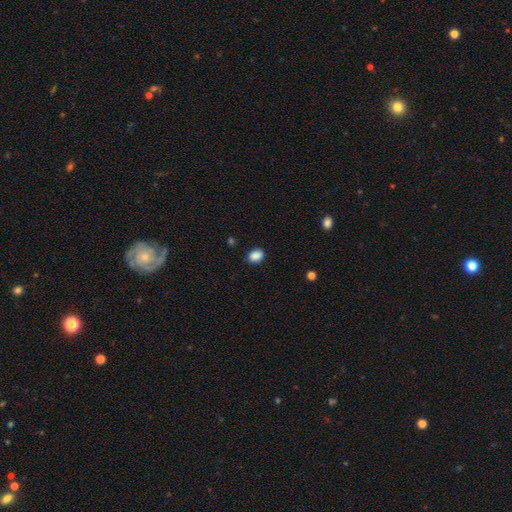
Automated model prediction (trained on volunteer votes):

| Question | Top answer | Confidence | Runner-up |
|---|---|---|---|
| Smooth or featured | smooth | 88% | star or artifact (9%) |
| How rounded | in between | 70% | round (29%) |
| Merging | none | 86% | minor disturbance (10%) |